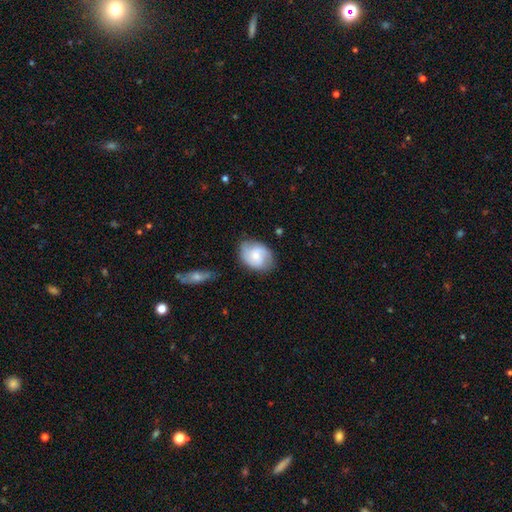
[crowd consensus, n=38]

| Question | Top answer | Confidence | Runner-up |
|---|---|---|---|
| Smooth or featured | featured or disk | 76% | smooth (24%) |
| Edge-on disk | no | 97% | yes (3%) |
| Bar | no | 75% | weak (25%) |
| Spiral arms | yes | 100% | — |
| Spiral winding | medium | 54% | tight (39%) |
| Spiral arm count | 2 | 50% | can't tell (25%) |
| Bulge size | small | 46% | moderate (36%) |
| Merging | none | 79% | minor disturbance (18%) |